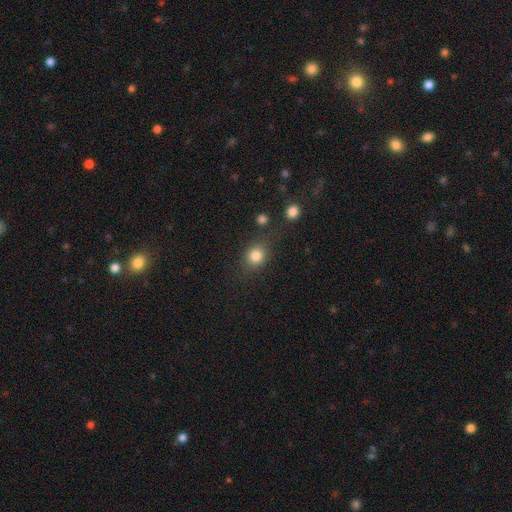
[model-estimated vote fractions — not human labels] A smooth galaxy with no disk features (82%) that is round (67%).

Vote fractions:
- Smooth or featured? smooth: 82% / star or artifact: 11% / featured or disk: 7%
- How rounded? round: 67% / in between: 32% / cigar-shaped: 1%
- Merging? none: 73% / minor disturbance: 15% / major disturbance: 6% / merger: 6%